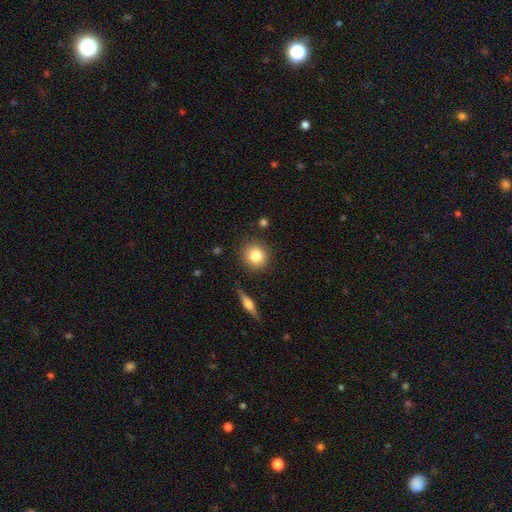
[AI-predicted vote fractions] A smooth galaxy with no disk features (81%) that is round (88%).

Vote fractions:
- Smooth or featured? smooth: 81% / featured or disk: 10% / star or artifact: 9%
- How rounded? round: 88% / in between: 11% / cigar-shaped: 1%
- Merging? none: 87% / minor disturbance: 8% / merger: 2% / major disturbance: 2%